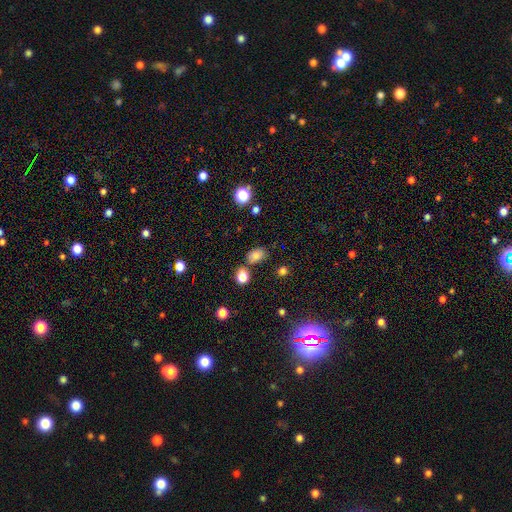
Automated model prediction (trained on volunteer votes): A smooth galaxy with no disk features (78%) that is in between round and cigar-shaped (80%). Merging: none (70%).